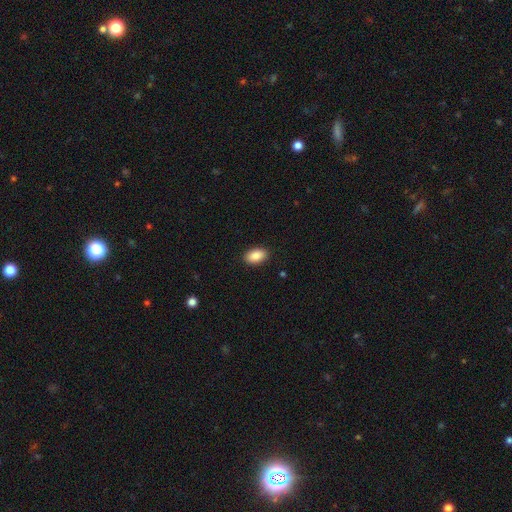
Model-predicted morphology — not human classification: type=smooth (88%); roundness=in between (92%); merging=none (90%).